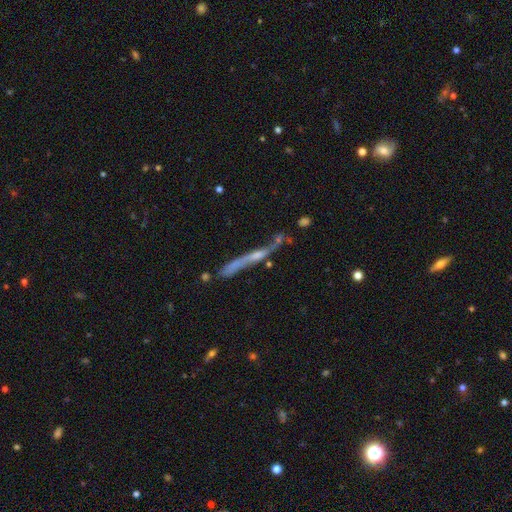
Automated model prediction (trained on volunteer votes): smooth-or-featured: featured or disk: 66% | smooth: 24% | star or artifact: 10%
  disk-edge-on: yes: 82% | no: 18%
    edge-on-bulge: none: 50% | rounded: 40% | boxy: 11%
  merging: none: 52% | minor disturbance: 22% | merger: 13% | major disturbance: 13%